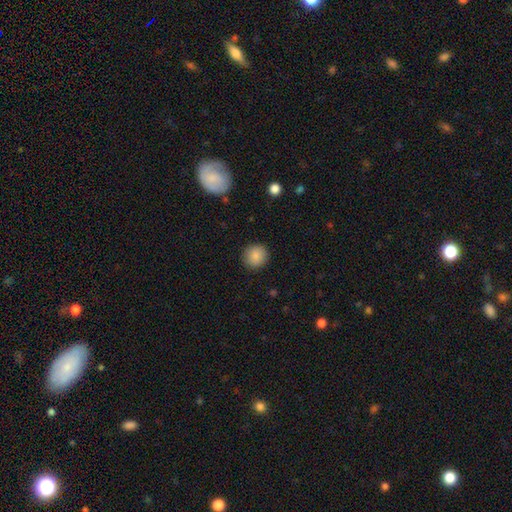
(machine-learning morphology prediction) Q: Smooth or featured?
A: smooth (87%); runner-up: star or artifact (8%)
Q: How rounded?
A: round (90%); runner-up: in between (9%)
Q: Merging?
A: none (91%); runner-up: minor disturbance (6%)